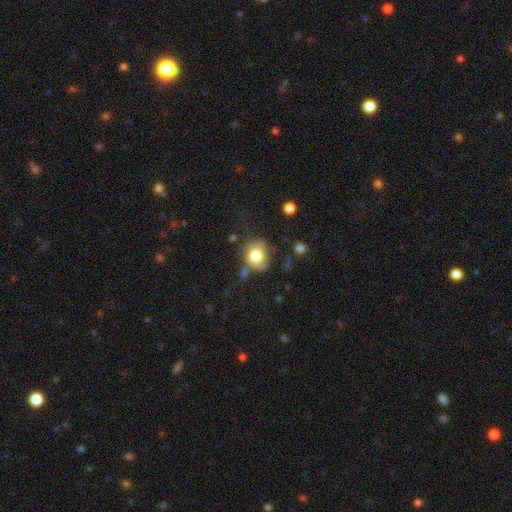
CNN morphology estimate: Smooth or featured?
  - smooth: 76% *
  - featured or disk: 14%
  - star or artifact: 10%
How rounded?
  - round: 67% *
  - in between: 32%
  - cigar-shaped: 1%
Merging?
  - none: 57% *
  - minor disturbance: 24%
  - major disturbance: 11%
  - merger: 9%